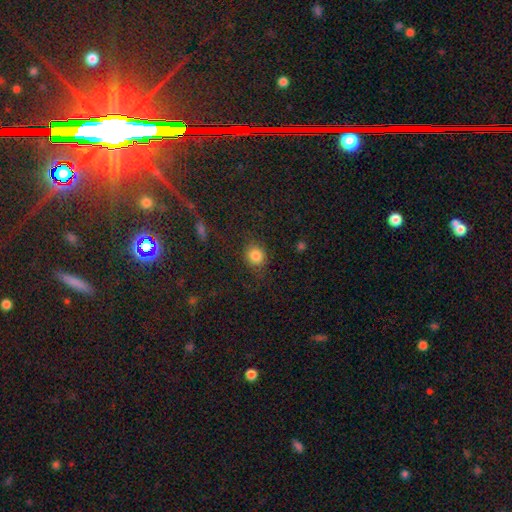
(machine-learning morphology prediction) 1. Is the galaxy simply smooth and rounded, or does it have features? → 82% smooth, 12% star or artifact, 6% featured or disk.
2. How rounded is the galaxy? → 75% round, 24% in between, 1% cigar-shaped.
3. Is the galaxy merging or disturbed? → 79% none, 14% minor disturbance, 6% major disturbance, 2% merger.